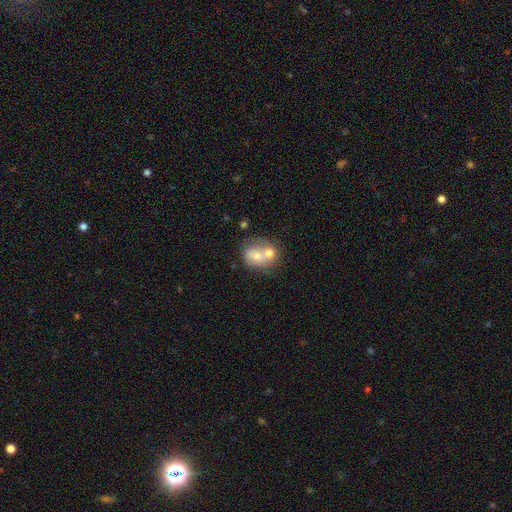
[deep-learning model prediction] The model was most divided on "how rounded": round: 61%, in between: 38%, cigar-shaped: 1%. More confident: merging — merger (62%); smooth or featured — smooth (61%).